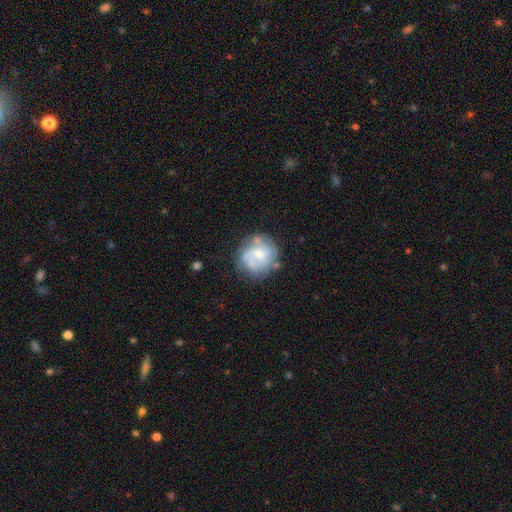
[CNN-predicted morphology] The model was most divided on "bulge size": moderate: 47%, small: 43%, none: 5%, large: 4%, dominant: 1%. More confident: edge-on disk — no (98%); spiral arms — yes (72%); bar — no (72%); merging — none (63%); smooth or featured — featured or disk (62%).